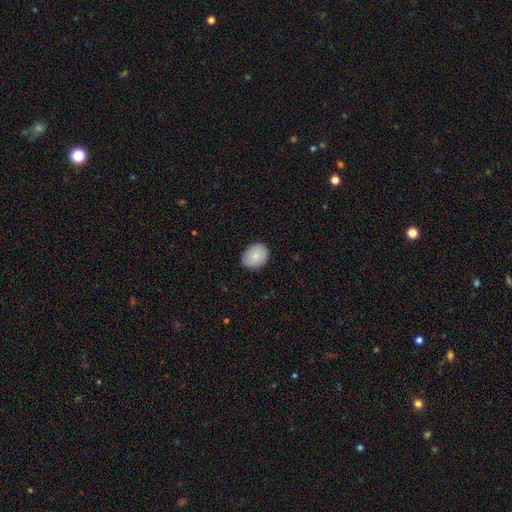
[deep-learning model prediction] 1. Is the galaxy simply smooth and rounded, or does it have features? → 84% smooth, 9% featured or disk, 7% star or artifact.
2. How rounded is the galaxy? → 61% in between, 38% round, 1% cigar-shaped.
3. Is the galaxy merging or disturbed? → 85% none, 12% minor disturbance, 2% major disturbance, 1% merger.